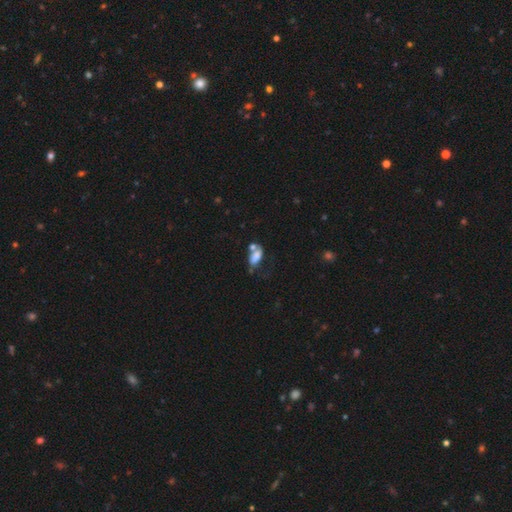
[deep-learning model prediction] smooth-or-featured: smooth: 71% | featured or disk: 19% | star or artifact: 10%
  how-rounded: in between: 87% | cigar-shaped: 8% | round: 5%
  merging: merger: 35% | none: 29% | minor disturbance: 19% | major disturbance: 17%